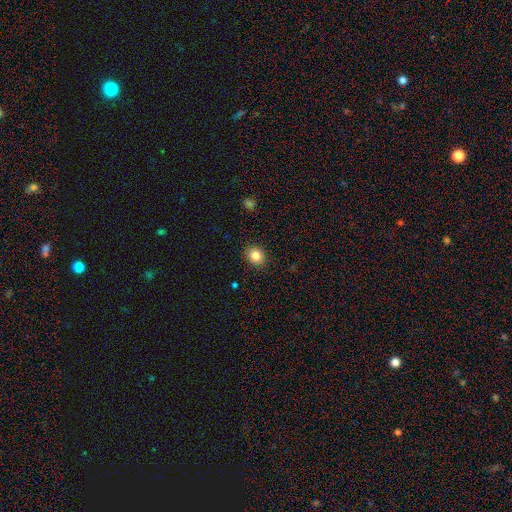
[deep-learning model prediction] Morphology: type=smooth (85%); roundness=round (62%); merging=none (90%).